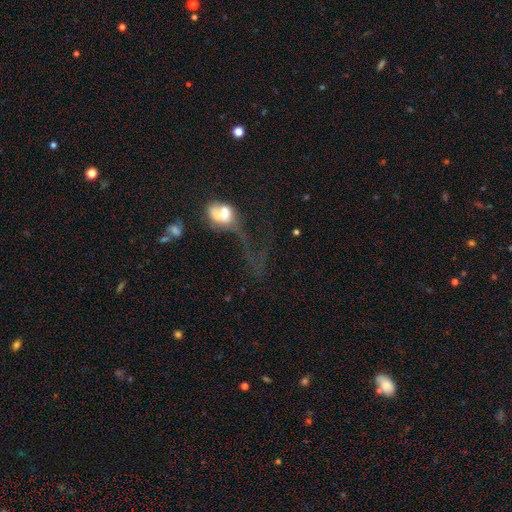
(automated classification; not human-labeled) Smooth or featured? Predicted: smooth (p=0.44). Merging? Predicted: major disturbance (p=0.46).